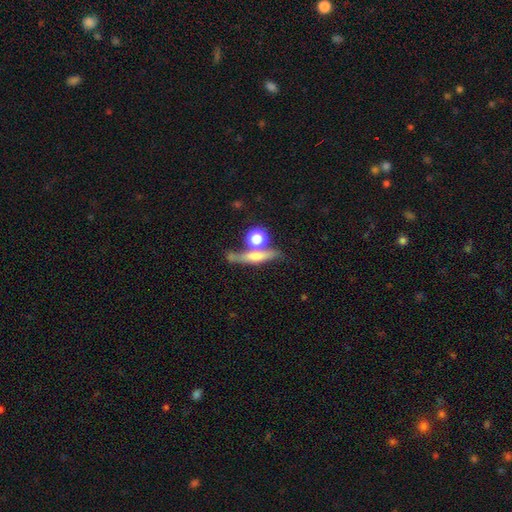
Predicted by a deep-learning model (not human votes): Overall: featured or disk (49%; smooth 40%). Merging: none (63%).